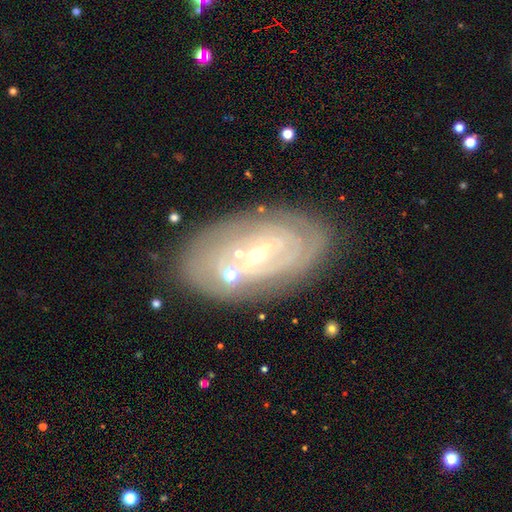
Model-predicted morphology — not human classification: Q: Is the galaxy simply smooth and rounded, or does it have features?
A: featured or disk — 78%.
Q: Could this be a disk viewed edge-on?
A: no — 94%.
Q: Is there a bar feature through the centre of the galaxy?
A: no — 65%.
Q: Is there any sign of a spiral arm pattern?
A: yes — 79%.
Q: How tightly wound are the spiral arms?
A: tight — 76%.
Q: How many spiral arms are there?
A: can't tell — 51%.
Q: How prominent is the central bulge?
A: small — 76%.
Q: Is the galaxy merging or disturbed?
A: none — 69%.